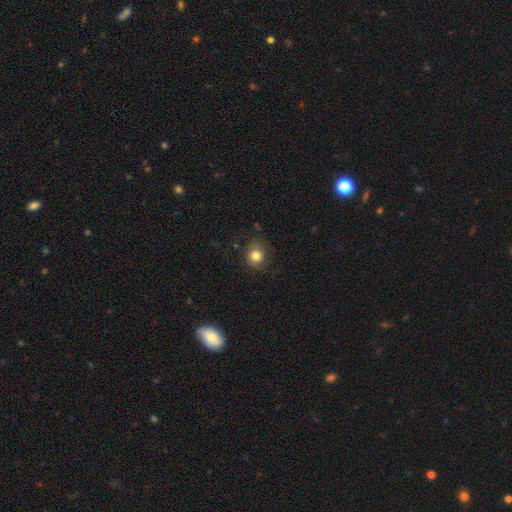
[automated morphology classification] This appears to be a smooth galaxy with no disk features (81%) that is round (81%). Merging: none (78%).